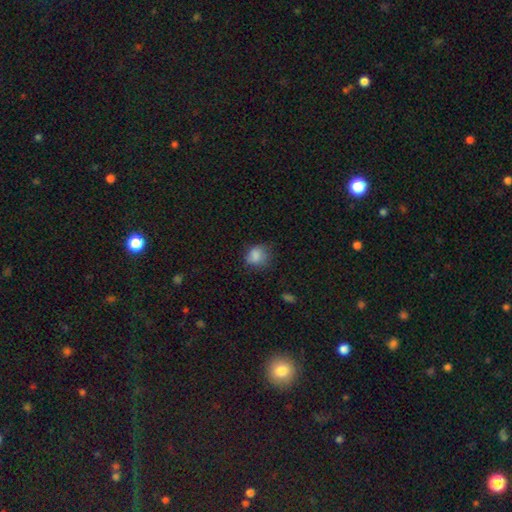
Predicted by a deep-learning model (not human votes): Smooth or featured?
  - smooth: 82% *
  - star or artifact: 10%
  - featured or disk: 7%
How rounded?
  - round: 66% *
  - in between: 33%
  - cigar-shaped: 1%
Merging?
  - none: 62% *
  - minor disturbance: 27%
  - major disturbance: 9%
  - merger: 2%